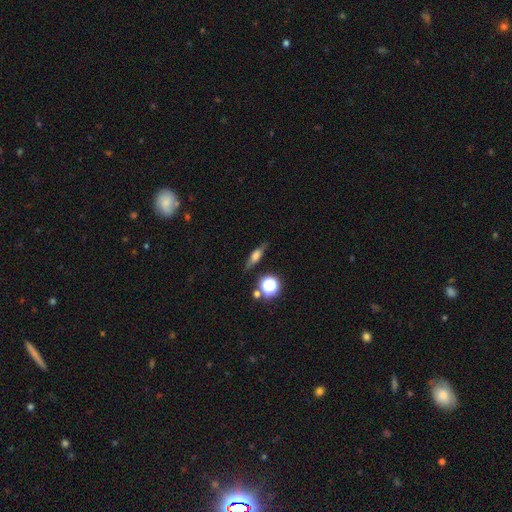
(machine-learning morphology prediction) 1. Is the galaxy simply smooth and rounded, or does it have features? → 48% smooth, 38% featured or disk, 14% star or artifact.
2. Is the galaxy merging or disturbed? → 77% none, 15% minor disturbance, 5% major disturbance, 3% merger.